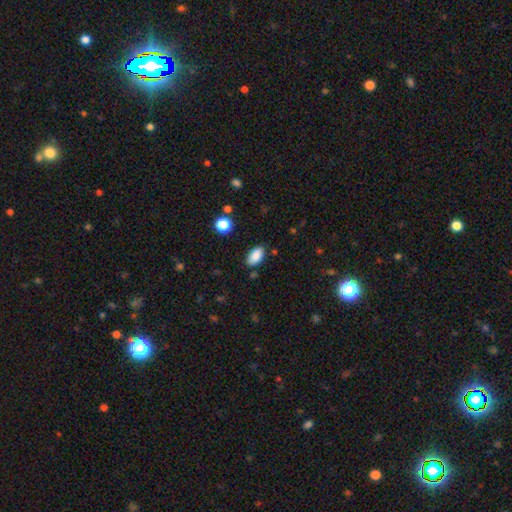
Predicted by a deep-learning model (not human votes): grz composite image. It shows a smooth galaxy with no disk features (87%) that is in between round and cigar-shaped (93%). Merging: none (84%).